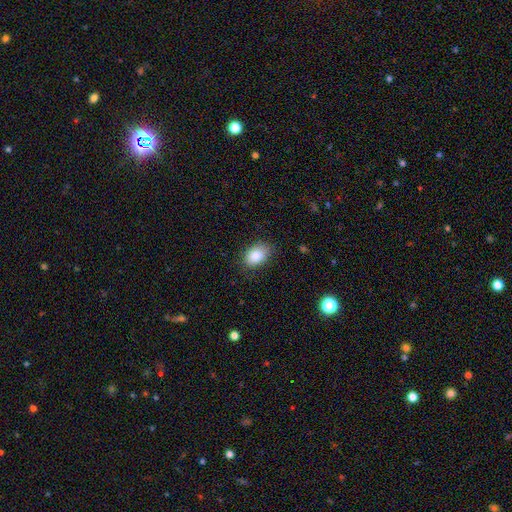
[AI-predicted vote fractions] This appears to be a smooth galaxy with no disk features (85%) that is in between round and cigar-shaped (85%). Merging: none (80%).